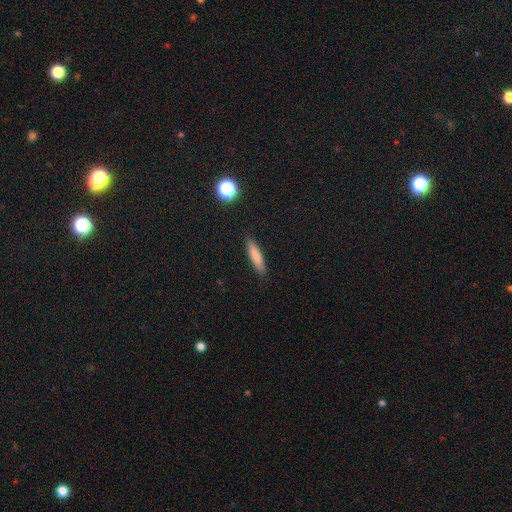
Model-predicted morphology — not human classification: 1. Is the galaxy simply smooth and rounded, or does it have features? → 79% smooth, 13% featured or disk, 8% star or artifact.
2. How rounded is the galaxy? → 82% cigar-shaped, 16% in between, 2% round.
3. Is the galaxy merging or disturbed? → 89% none, 8% minor disturbance, 2% major disturbance, 1% merger.